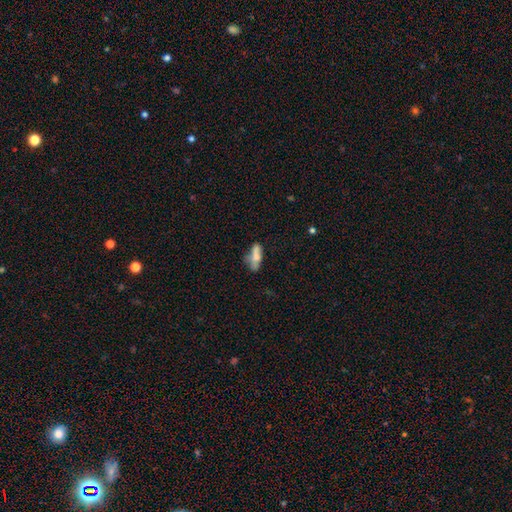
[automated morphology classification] Smooth or featured?
  - smooth: 60% *
  - featured or disk: 31%
  - star or artifact: 9%
How rounded?
  - in between: 61% *
  - cigar-shaped: 35%
  - round: 4%
Merging?
  - none: 39% *
  - merger: 25%
  - minor disturbance: 21%
  - major disturbance: 15%